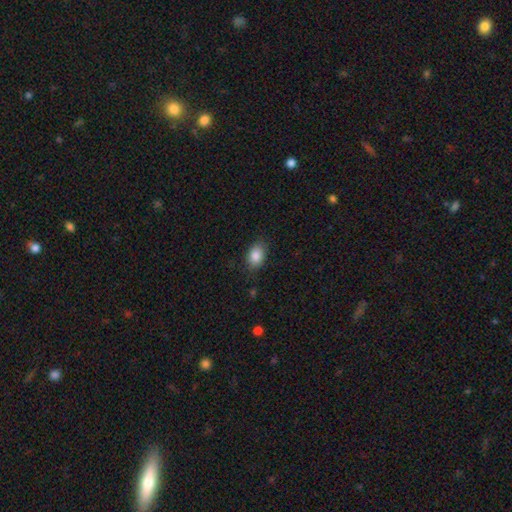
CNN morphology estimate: smooth_or_featured: smooth (p=0.87) [alt: star or artifact p=0.08]
how_rounded: in between (p=0.79) [alt: round p=0.20]
merging: none (p=0.82) [alt: minor disturbance p=0.14]